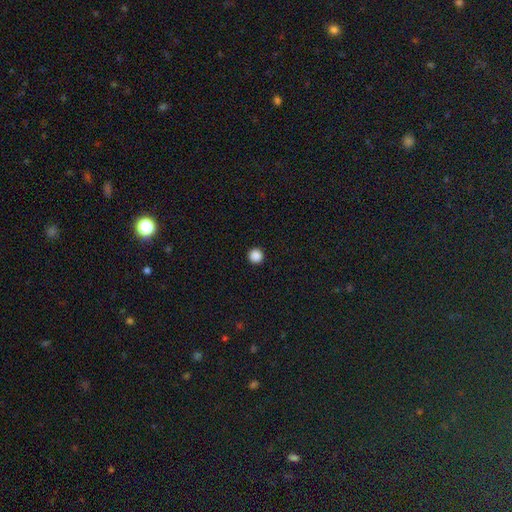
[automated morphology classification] smooth_or_featured: smooth (p=0.88) [alt: star or artifact p=0.10]
how_rounded: round (p=0.96) [alt: in between p=0.03]
merging: none (p=0.94) [alt: minor disturbance p=0.04]